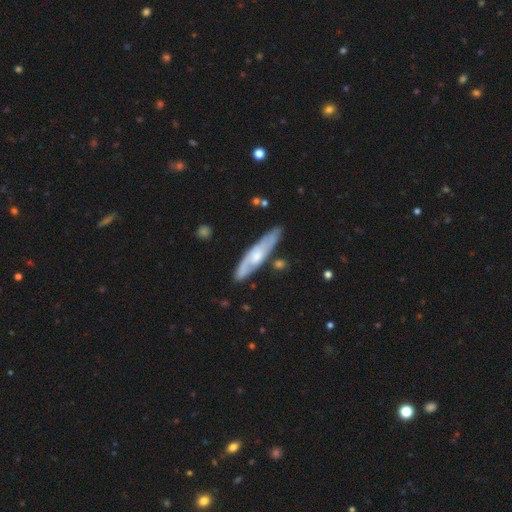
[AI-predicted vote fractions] smooth_or_featured: featured or disk (p=0.63) [alt: smooth p=0.32]
disk_edge_on: yes (p=0.52) [alt: no p=0.48]
merging: none (p=0.80) [alt: minor disturbance p=0.14]